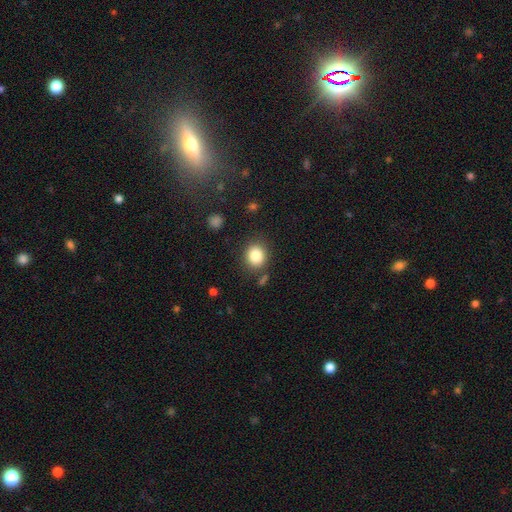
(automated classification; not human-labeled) Q: Smooth or featured?
A: smooth (84%); runner-up: star or artifact (10%)
Q: How rounded?
A: round (73%); runner-up: in between (26%)
Q: Merging?
A: none (82%); runner-up: minor disturbance (10%)